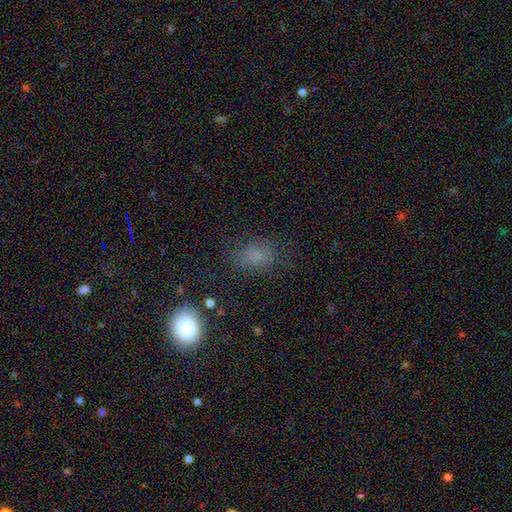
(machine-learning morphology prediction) This appears to be a smooth galaxy with no disk features (75%) that is in between round and cigar-shaped (68%). Merging: none (68%).